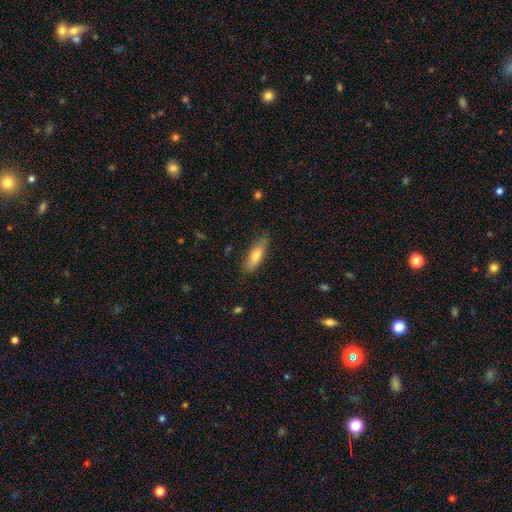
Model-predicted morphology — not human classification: This is likely a smooth galaxy (69%). How rounded: possibly cigar-shaped (51%). Merging: clearly none (81%).